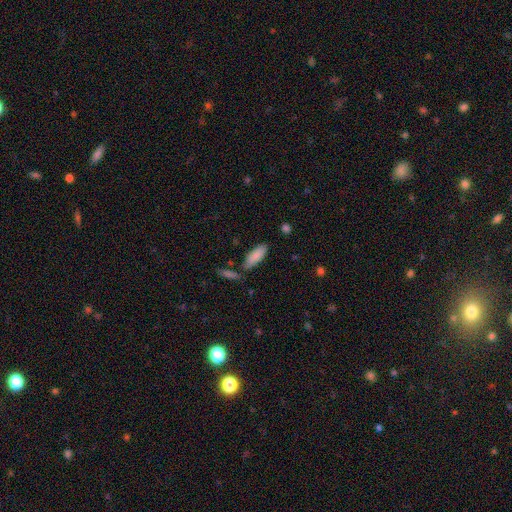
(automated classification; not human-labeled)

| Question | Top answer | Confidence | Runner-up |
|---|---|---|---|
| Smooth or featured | smooth | 86% | featured or disk (8%) |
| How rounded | in between | 71% | cigar-shaped (27%) |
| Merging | none | 71% | minor disturbance (16%) |